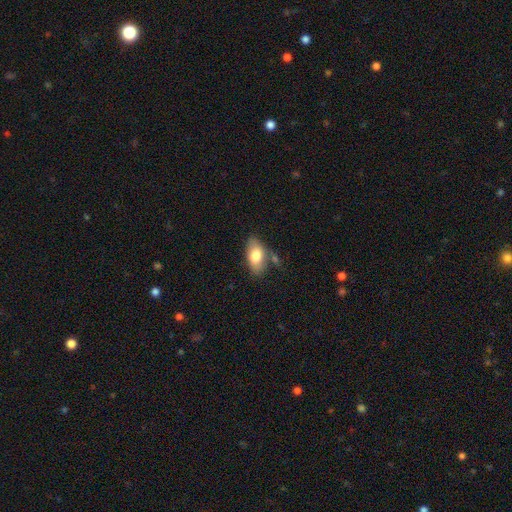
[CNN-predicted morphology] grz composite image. It shows a smooth galaxy with no disk features (77%) that is in between round and cigar-shaped (91%). Merging: none (68%).